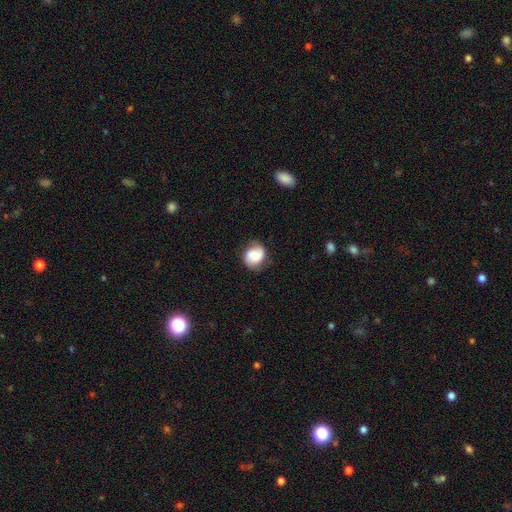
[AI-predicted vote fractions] A smooth galaxy with no disk features (59%) that is round (64%).

Vote fractions:
- Smooth or featured? smooth: 59% / featured or disk: 32% / star or artifact: 9%
- How rounded? round: 64% / in between: 35% / cigar-shaped: 1%
- Merging? none: 68% / minor disturbance: 24% / major disturbance: 7% / merger: 2%